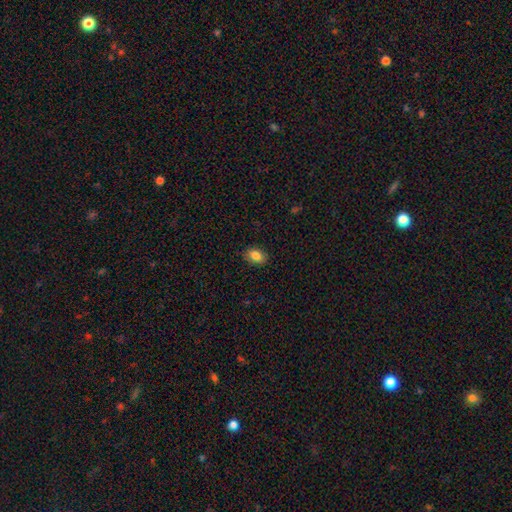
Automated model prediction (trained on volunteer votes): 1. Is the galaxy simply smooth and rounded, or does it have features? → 85% smooth, 9% star or artifact, 7% featured or disk.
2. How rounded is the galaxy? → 81% in between, 17% round, 1% cigar-shaped.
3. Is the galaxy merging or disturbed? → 88% none, 9% minor disturbance, 2% major disturbance, 1% merger.